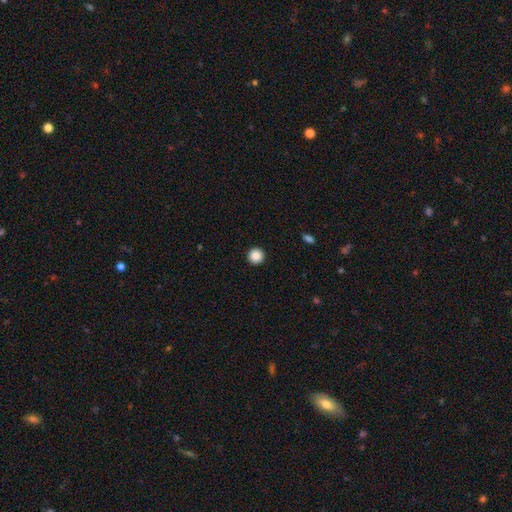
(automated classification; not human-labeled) Smooth or featured? smooth (88%)
How rounded? round (97%)
Merging? none (94%)